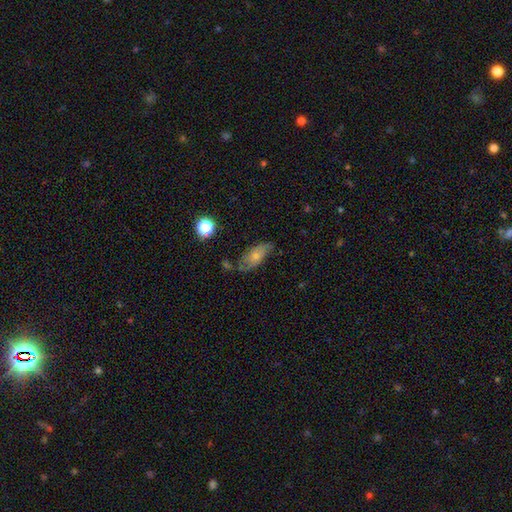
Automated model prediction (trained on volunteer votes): smooth_or_featured: featured or disk (p=0.49) [alt: smooth p=0.39]
merging: none (p=0.62) [alt: minor disturbance p=0.25]